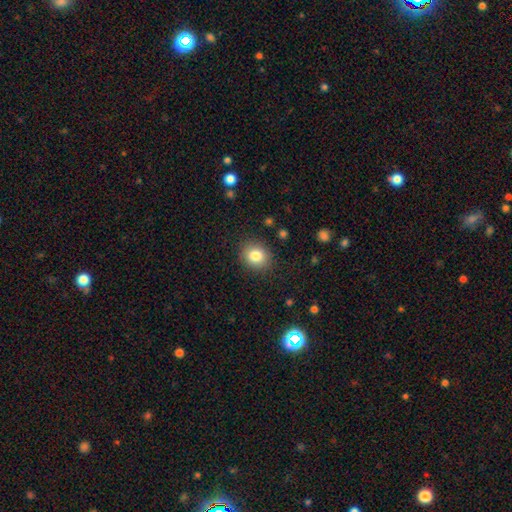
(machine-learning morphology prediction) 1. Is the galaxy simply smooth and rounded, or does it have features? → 82% smooth, 10% star or artifact, 8% featured or disk.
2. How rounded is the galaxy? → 73% round, 26% in between, 1% cigar-shaped.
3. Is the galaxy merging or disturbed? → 88% none, 8% minor disturbance, 3% major disturbance, 1% merger.